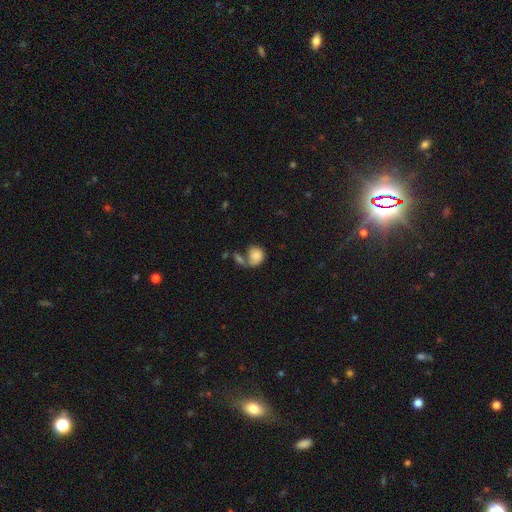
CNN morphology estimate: Overall: smooth (81%). How rounded: round (54%; in between 44%). Merging: merger (40%; none 31%).